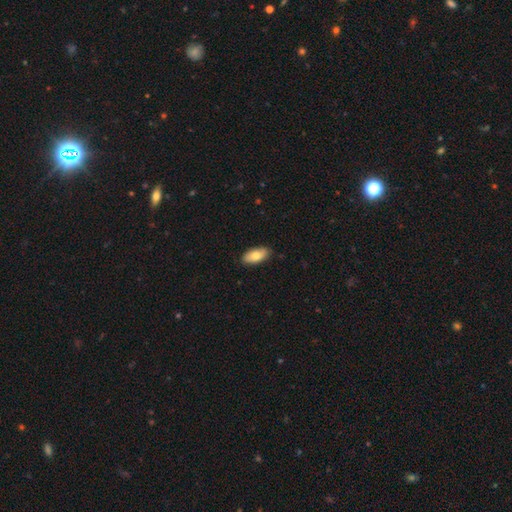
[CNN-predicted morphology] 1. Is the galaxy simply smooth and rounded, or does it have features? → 80% smooth, 14% featured or disk, 6% star or artifact.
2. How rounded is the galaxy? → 90% in between, 8% cigar-shaped, 2% round.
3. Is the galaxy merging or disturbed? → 86% none, 11% minor disturbance, 2% major disturbance, 1% merger.